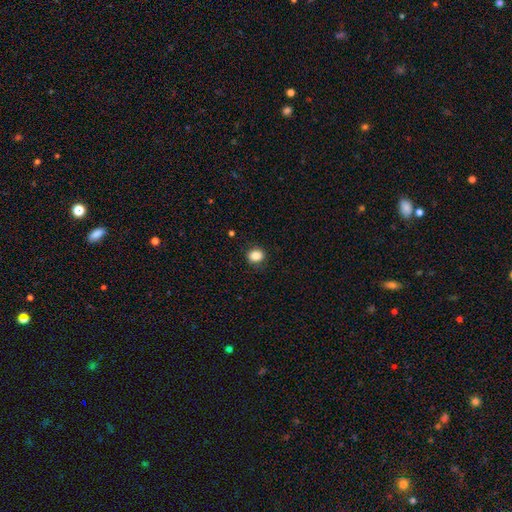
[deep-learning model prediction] Smooth or featured?
  - smooth: 86% *
  - star or artifact: 10%
  - featured or disk: 4%
How rounded?
  - round: 70% *
  - in between: 29%
  - cigar-shaped: 1%
Merging?
  - none: 88% *
  - minor disturbance: 8%
  - major disturbance: 2%
  - merger: 1%